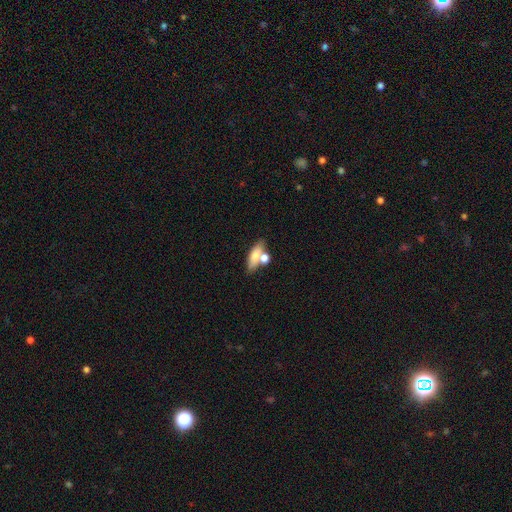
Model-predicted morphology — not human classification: Smooth or featured: smooth — 69% (featured or disk — 23%)
How rounded: in between — 60% (cigar-shaped — 32%)
Merging: none — 53% (merger — 29%)